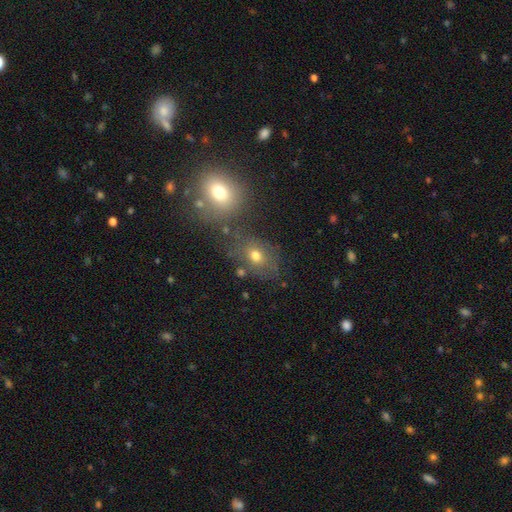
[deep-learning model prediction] smooth_or_featured: smooth (p=0.68) [alt: star or artifact p=0.16]
how_rounded: in between (p=0.60) [alt: round p=0.38]
merging: none (p=0.59) [alt: merger p=0.18]